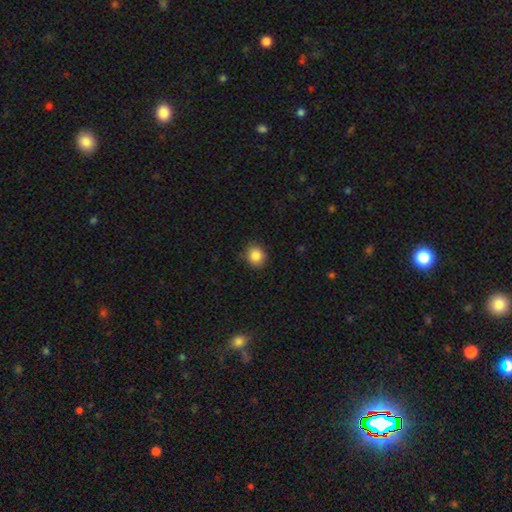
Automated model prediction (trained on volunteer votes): A smooth galaxy with no disk features (87%) that is round (75%). Merging: none (85%).